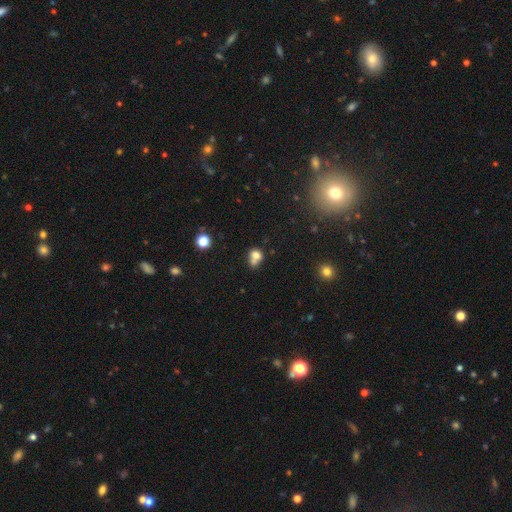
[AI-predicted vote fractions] Morphology: type=smooth (72%); roundness=round (60%); merging=merger (51%).